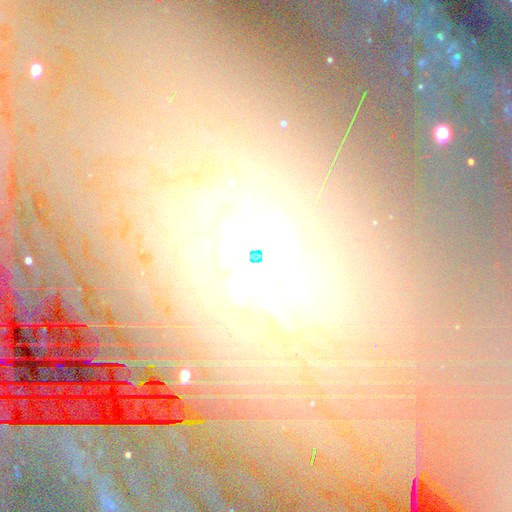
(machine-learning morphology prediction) The model was most divided on "smooth or featured": featured or disk: 45%, smooth: 29%, star or artifact: 26%. More confident: merging — none (75%).